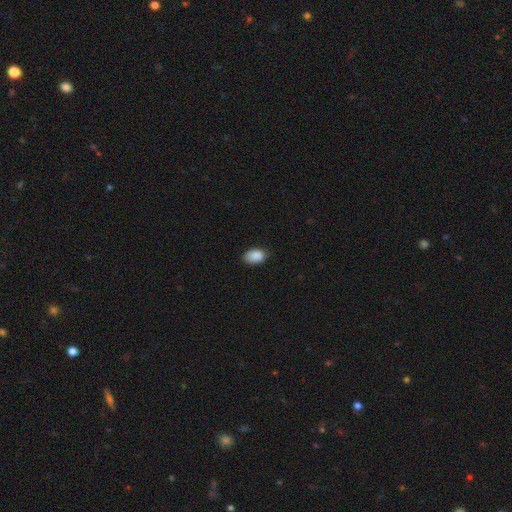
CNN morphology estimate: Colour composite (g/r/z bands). It shows a smooth galaxy with no disk features (88%) that is in between round and cigar-shaped (88%). Merging: none (75%).